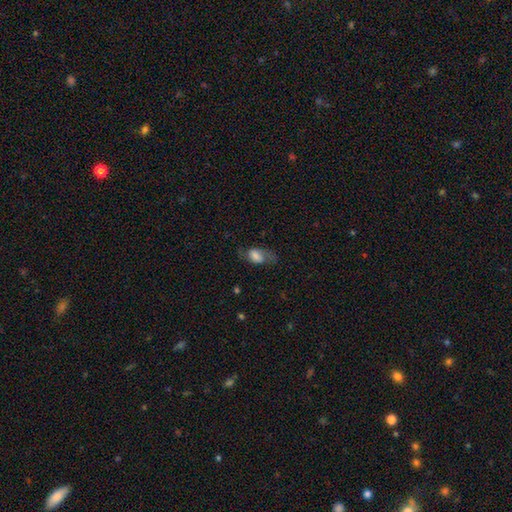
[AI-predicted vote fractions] smooth_or_featured: smooth (p=0.62) [alt: featured or disk p=0.29]
how_rounded: in between (p=0.87) [alt: round p=0.09]
merging: none (p=0.54) [alt: minor disturbance p=0.24]